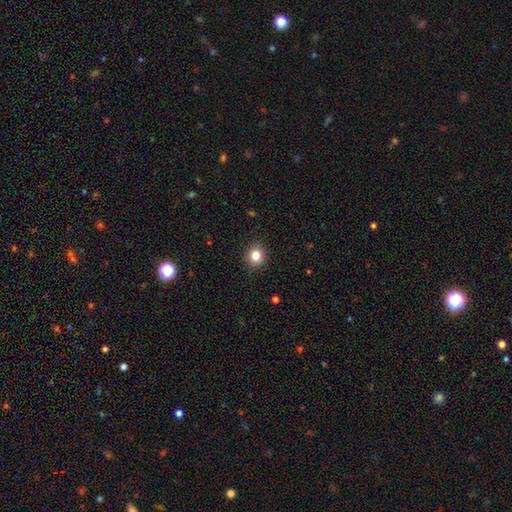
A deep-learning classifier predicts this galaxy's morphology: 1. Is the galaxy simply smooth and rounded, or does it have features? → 82% smooth, 12% star or artifact, 6% featured or disk.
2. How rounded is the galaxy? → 80% round, 19% in between, 1% cigar-shaped.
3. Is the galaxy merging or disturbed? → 90% none, 7% minor disturbance, 2% major disturbance, 1% merger.